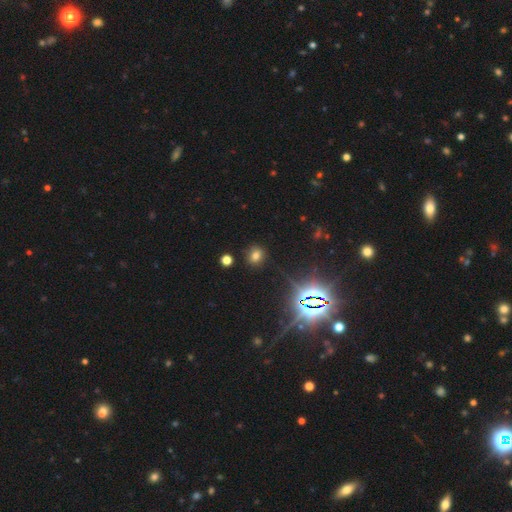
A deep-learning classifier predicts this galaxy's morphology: smooth_or_featured: smooth (p=0.67) [alt: star or artifact p=0.25]
how_rounded: round (p=0.64) [alt: in between p=0.34]
merging: none (p=0.86) [alt: minor disturbance p=0.08]